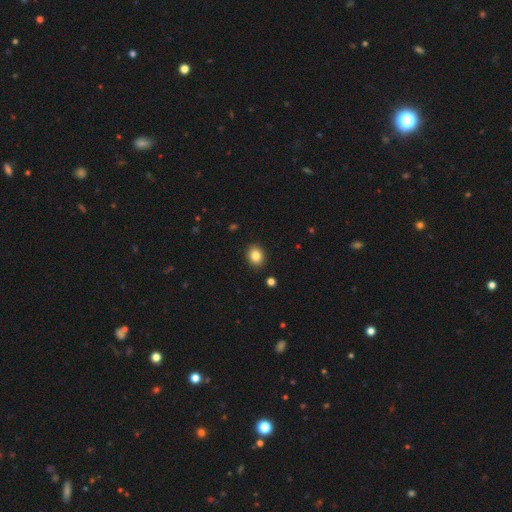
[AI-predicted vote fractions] Smooth or featured?
  - smooth: 85% *
  - star or artifact: 9%
  - featured or disk: 6%
How rounded?
  - round: 57% *
  - in between: 42%
  - cigar-shaped: 1%
Merging?
  - none: 90% *
  - minor disturbance: 7%
  - major disturbance: 2%
  - merger: 1%